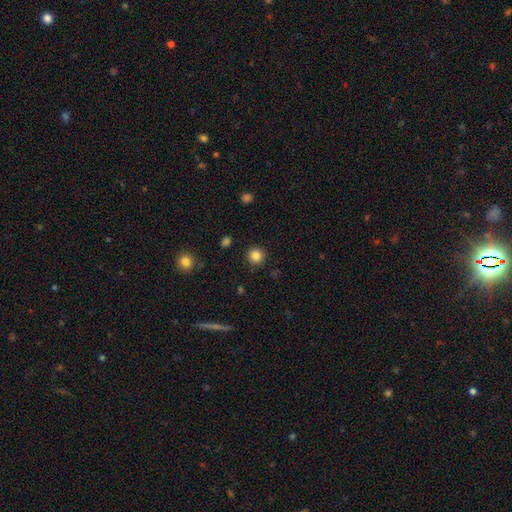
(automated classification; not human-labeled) Smooth or featured?
  - smooth: 83% *
  - star or artifact: 12%
  - featured or disk: 5%
How rounded?
  - round: 94% *
  - in between: 5%
  - cigar-shaped: 1%
Merging?
  - none: 91% *
  - minor disturbance: 6%
  - major disturbance: 2%
  - merger: 1%